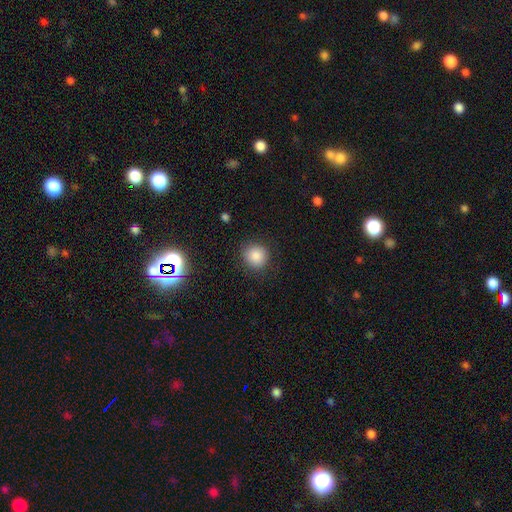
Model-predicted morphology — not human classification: Smooth or featured?
  - smooth: 85% *
  - star or artifact: 11%
  - featured or disk: 4%
How rounded?
  - round: 89% *
  - in between: 10%
  - cigar-shaped: 1%
Merging?
  - none: 87% *
  - minor disturbance: 9%
  - major disturbance: 3%
  - merger: 1%